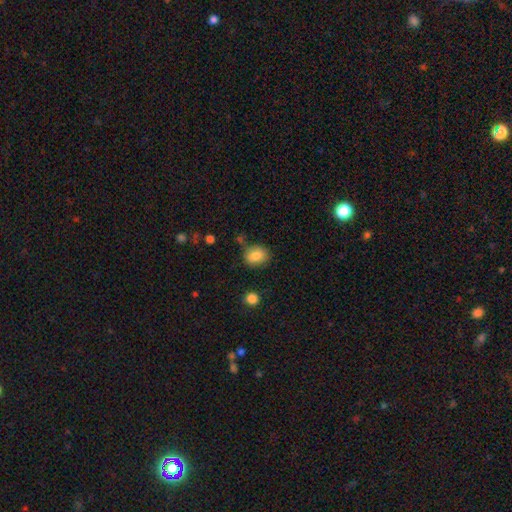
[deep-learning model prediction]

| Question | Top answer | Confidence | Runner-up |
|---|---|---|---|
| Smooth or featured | smooth | 83% | star or artifact (9%) |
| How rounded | round | 54% | in between (45%) |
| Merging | none | 77% | minor disturbance (15%) |